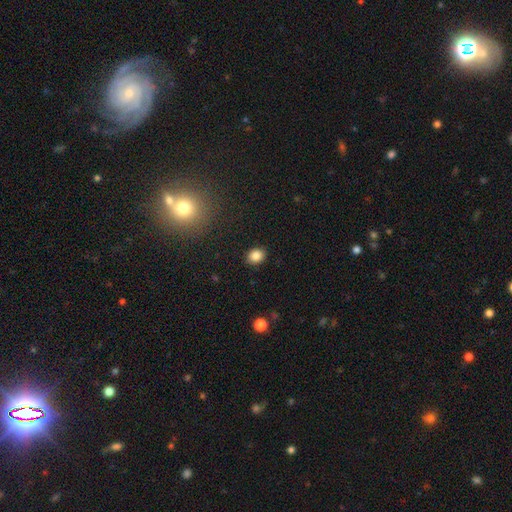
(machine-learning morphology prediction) This appears to be a smooth galaxy with no disk features (86%) that is round (52%). Merging: none (89%).